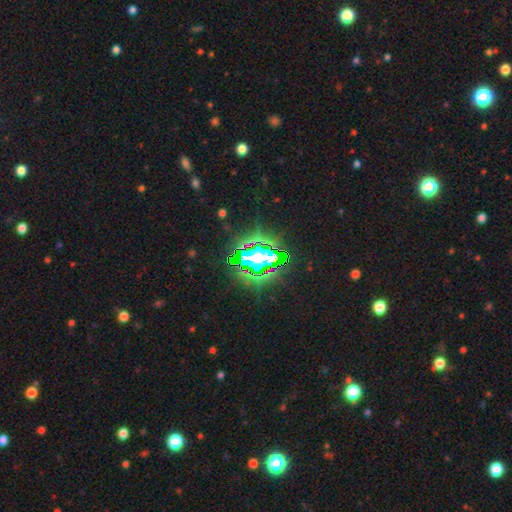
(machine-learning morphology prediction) The model was most divided on "smooth or featured": star or artifact: 77%, smooth: 12%, featured or disk: 11%.